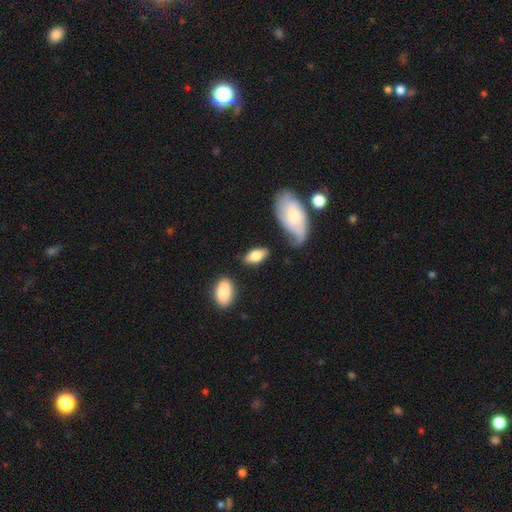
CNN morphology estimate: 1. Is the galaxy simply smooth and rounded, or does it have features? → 70% smooth, 24% featured or disk, 6% star or artifact.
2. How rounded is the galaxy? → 86% in between, 10% cigar-shaped, 4% round.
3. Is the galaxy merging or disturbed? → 69% none, 19% minor disturbance, 6% major disturbance, 6% merger.